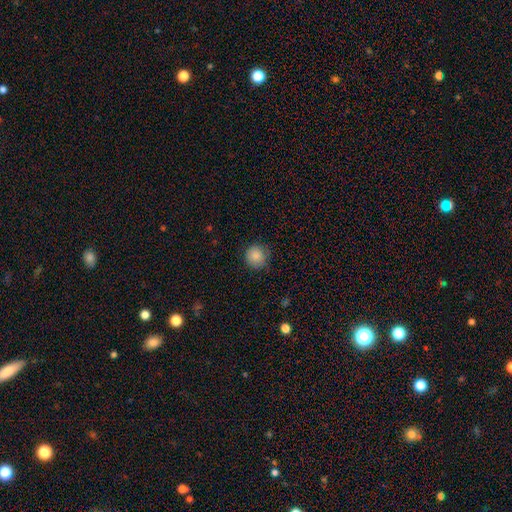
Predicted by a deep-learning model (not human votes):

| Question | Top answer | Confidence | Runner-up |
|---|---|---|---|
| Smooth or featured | smooth | 87% | star or artifact (9%) |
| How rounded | round | 93% | in between (6%) |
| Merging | none | 83% | minor disturbance (13%) |